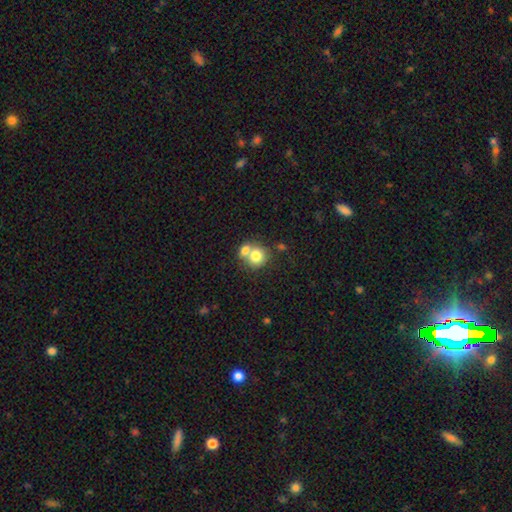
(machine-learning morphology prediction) Smooth or featured? smooth (76%)
How rounded? round (79%)
Merging? merger (53%)